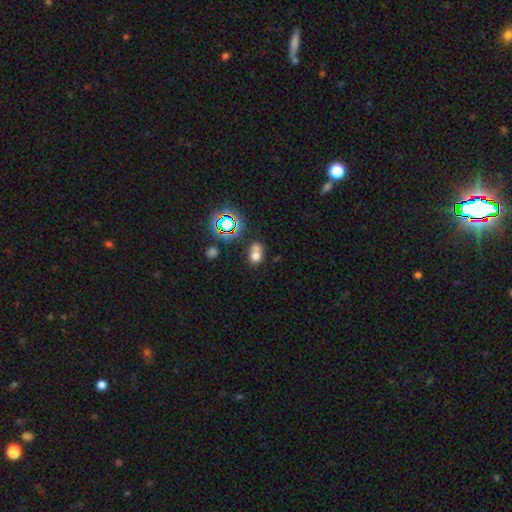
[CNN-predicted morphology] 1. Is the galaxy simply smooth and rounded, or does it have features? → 66% smooth, 20% star or artifact, 15% featured or disk.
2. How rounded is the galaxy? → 52% round, 47% in between, 1% cigar-shaped.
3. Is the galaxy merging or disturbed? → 40% merger, 39% none, 14% minor disturbance, 8% major disturbance.